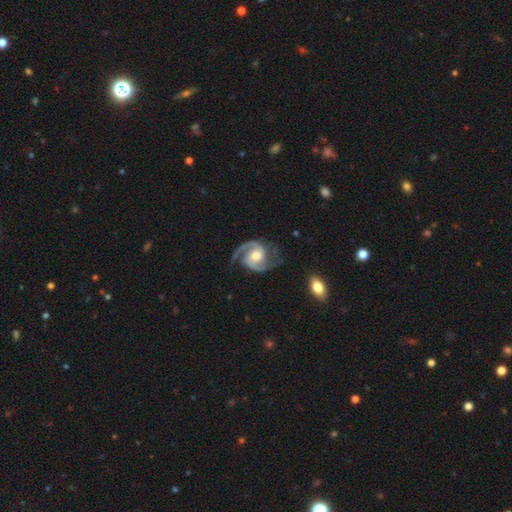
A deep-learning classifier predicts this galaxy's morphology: Smooth or featured? Predicted: featured or disk (p=0.93). Edge-on disk? Predicted: no (p=0.98). Bar? Predicted: no (p=0.50). Spiral arms? Predicted: yes (p=0.98). Spiral winding? Predicted: medium (p=0.59). Spiral arm count? Predicted: 2 (p=0.92). Bulge size? Predicted: moderate (p=0.64). Merging? Predicted: none (p=0.74).